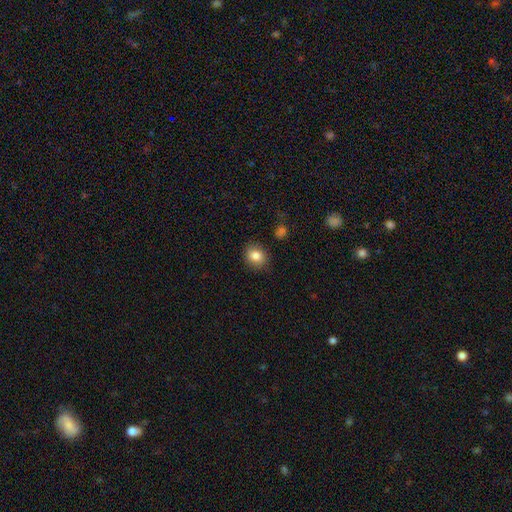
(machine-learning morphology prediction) A smooth galaxy with no disk features (84%) that is round (63%). Merging: none (85%).